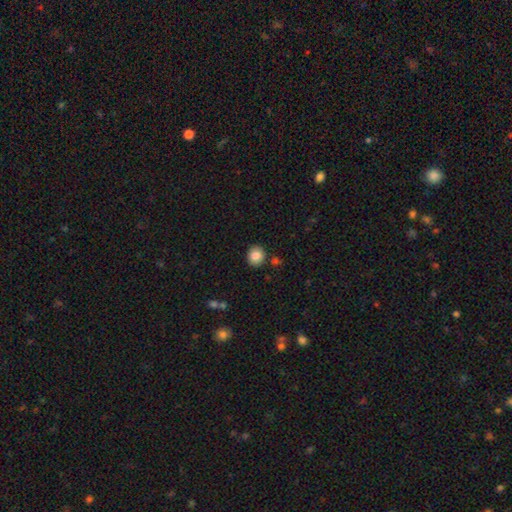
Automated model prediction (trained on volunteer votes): Smooth or featured? smooth (85%)
How rounded? round (81%)
Merging? none (86%)